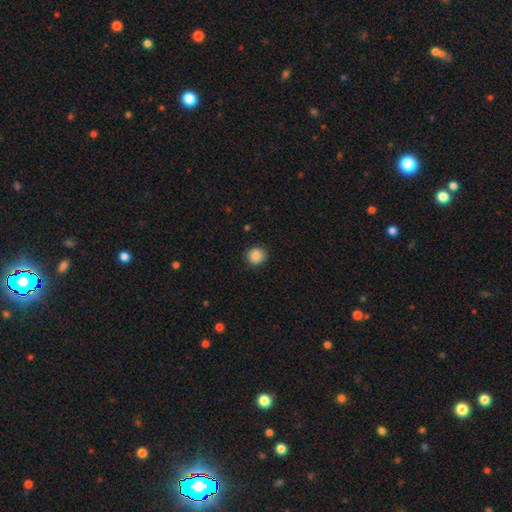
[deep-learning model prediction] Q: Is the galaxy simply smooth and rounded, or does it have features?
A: smooth — 87%.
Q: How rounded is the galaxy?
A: round — 86%.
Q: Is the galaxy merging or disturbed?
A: none — 86%.